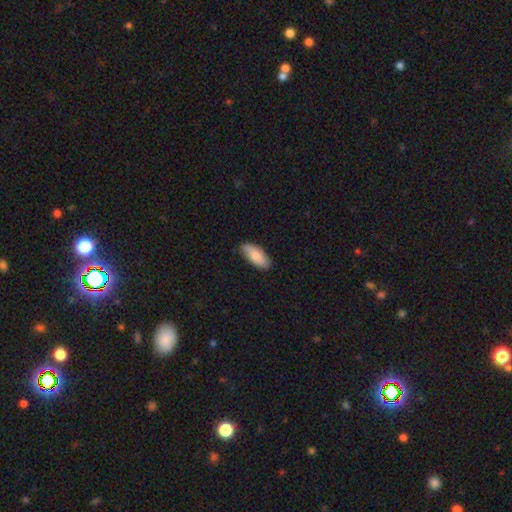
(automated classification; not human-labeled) Morphology: type=smooth (79%); roundness=in between (85%); merging=none (82%).